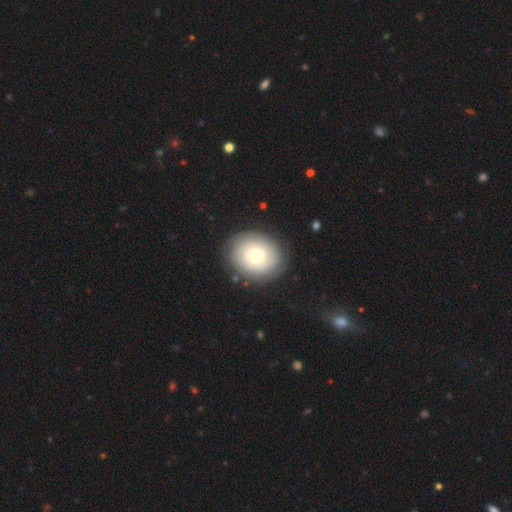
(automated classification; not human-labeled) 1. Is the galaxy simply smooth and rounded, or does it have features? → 59% smooth, 34% featured or disk, 8% star or artifact.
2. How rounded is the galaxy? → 62% round, 37% in between, 1% cigar-shaped.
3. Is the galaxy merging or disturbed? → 84% none, 11% minor disturbance, 4% major disturbance, 1% merger.